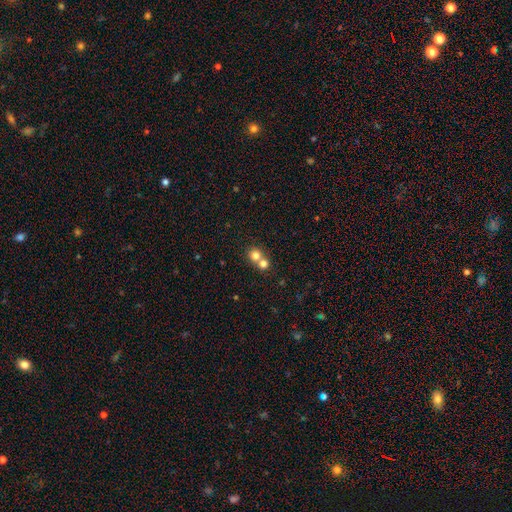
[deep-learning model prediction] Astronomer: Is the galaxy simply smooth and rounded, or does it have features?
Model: smooth — 77%.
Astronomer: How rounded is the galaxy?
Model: round — 87%.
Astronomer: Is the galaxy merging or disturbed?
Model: merger — 55% (runner-up: none, 39%).